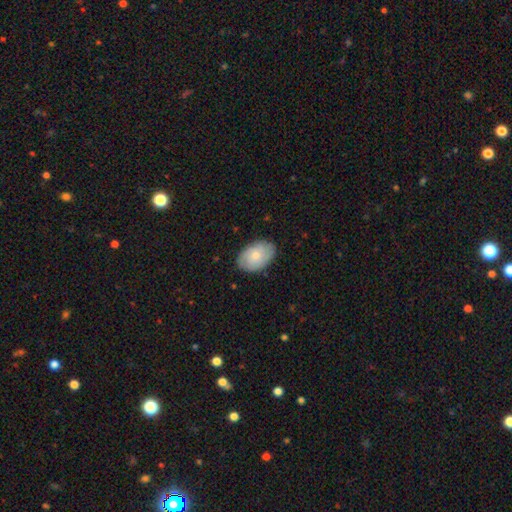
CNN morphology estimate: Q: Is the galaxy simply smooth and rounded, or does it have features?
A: smooth — 67%.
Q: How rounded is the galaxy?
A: in between — 88%.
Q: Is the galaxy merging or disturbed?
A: none — 81%.